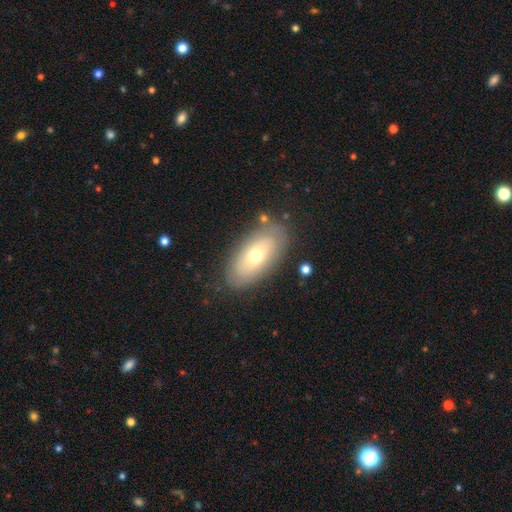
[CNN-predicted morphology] Smooth or featured: smooth — 58% (featured or disk — 35%)
How rounded: in between — 91% (cigar-shaped — 5%)
Merging: none — 81% (minor disturbance — 13%)